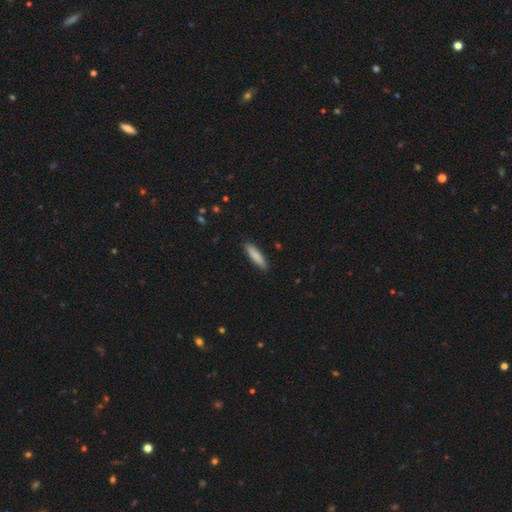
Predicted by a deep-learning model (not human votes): Morphology: type=smooth (86%); roundness=cigar-shaped (74%); merging=none (89%).